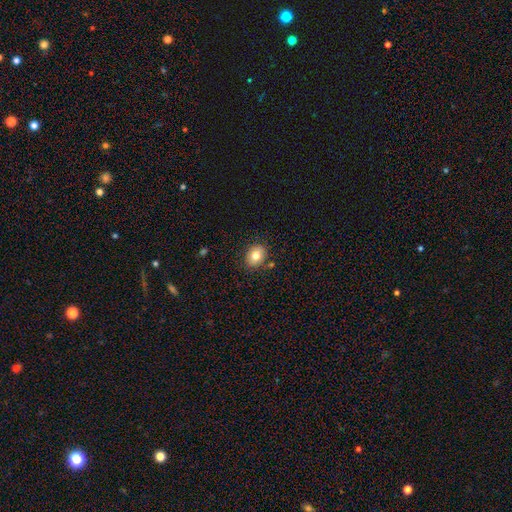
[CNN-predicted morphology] Smooth or featured? Predicted: smooth (p=0.80). How rounded? Predicted: in between (p=0.52). Merging? Predicted: none (p=0.84).